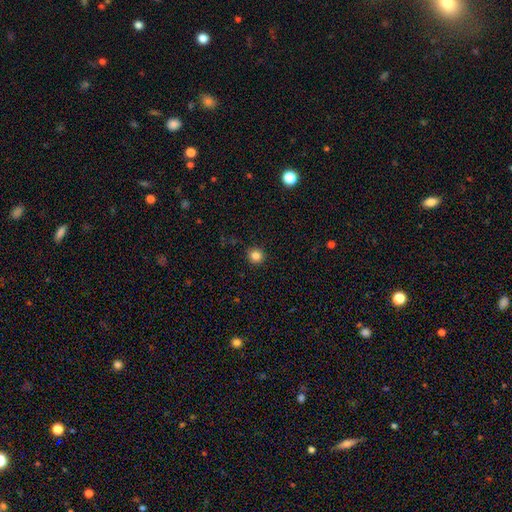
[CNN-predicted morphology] Smooth or featured? Predicted: smooth (p=0.84). How rounded? Predicted: round (p=0.94). Merging? Predicted: none (p=0.92).